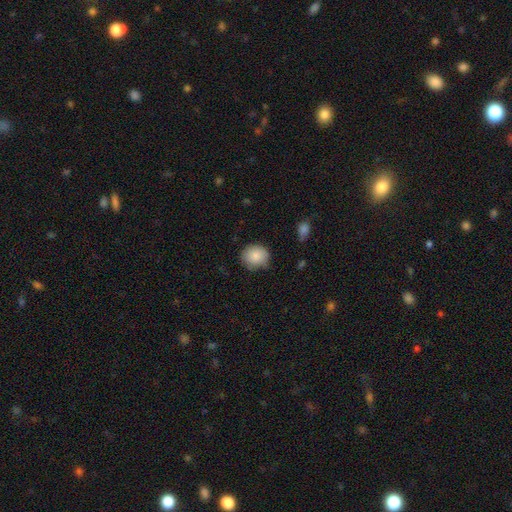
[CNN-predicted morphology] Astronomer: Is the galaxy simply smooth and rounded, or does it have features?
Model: smooth — 87%.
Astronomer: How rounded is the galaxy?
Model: round — 82%.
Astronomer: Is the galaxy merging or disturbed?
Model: none — 78%.